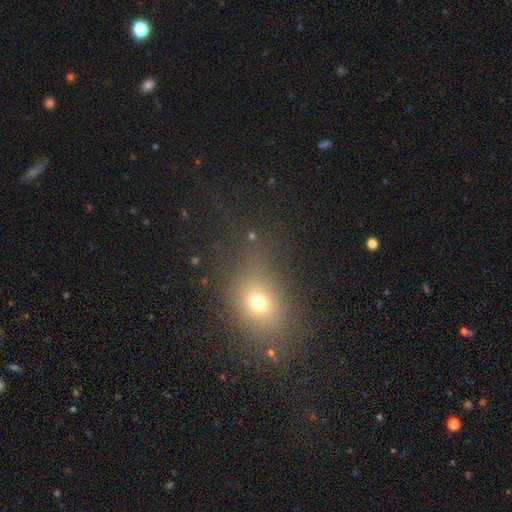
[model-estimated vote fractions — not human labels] Smooth or featured? Predicted: smooth (p=0.59). How rounded? Predicted: in between (p=0.52). Merging? Predicted: none (p=0.75).